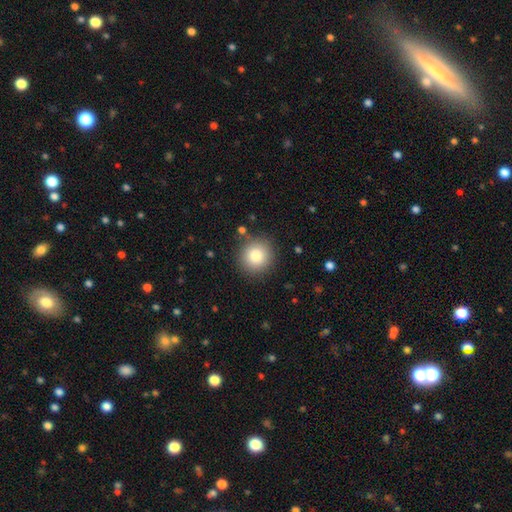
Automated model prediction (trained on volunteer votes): A smooth galaxy with no disk features (83%) that is round (92%).

Vote fractions:
- Smooth or featured? smooth: 83% / star or artifact: 10% / featured or disk: 7%
- How rounded? round: 92% / in between: 7% / cigar-shaped: 1%
- Merging? none: 88% / minor disturbance: 8% / major disturbance: 3% / merger: 2%